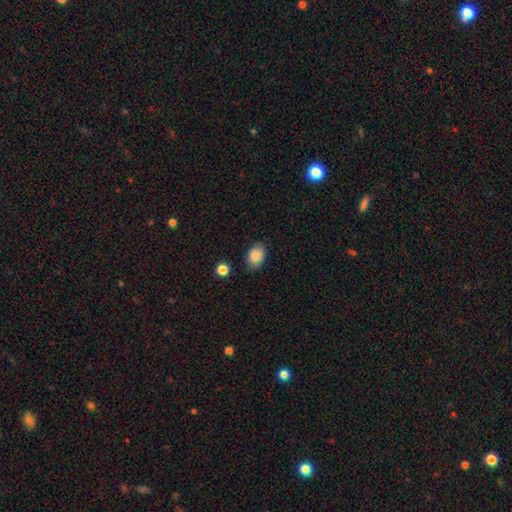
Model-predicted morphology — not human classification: Smooth or featured: smooth — 87% (star or artifact — 8%)
How rounded: in between — 78% (round — 21%)
Merging: none — 82% (minor disturbance — 13%)